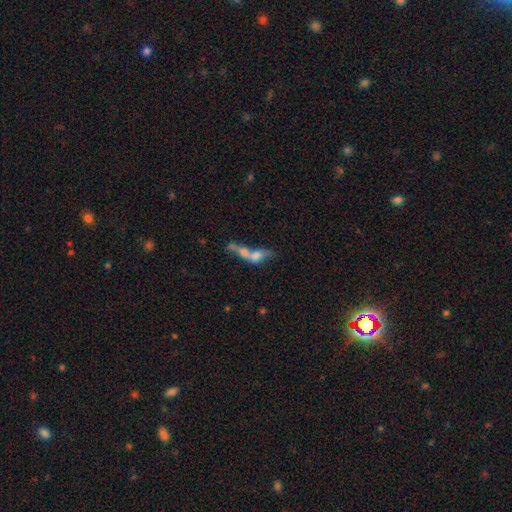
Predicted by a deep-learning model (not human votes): Smooth or featured: smooth — 52% (featured or disk — 37%)
How rounded: in between — 54% (cigar-shaped — 30%)
Merging: merger — 73% (none — 12%)